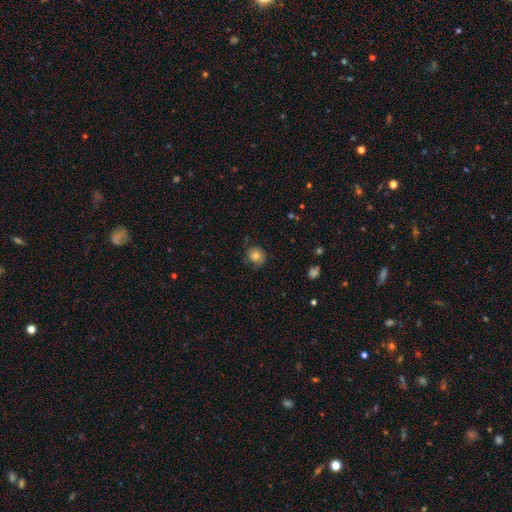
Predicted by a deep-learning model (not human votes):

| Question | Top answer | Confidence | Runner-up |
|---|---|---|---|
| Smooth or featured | smooth | 78% | featured or disk (12%) |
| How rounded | round | 81% | in between (18%) |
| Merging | none | 73% | minor disturbance (20%) |